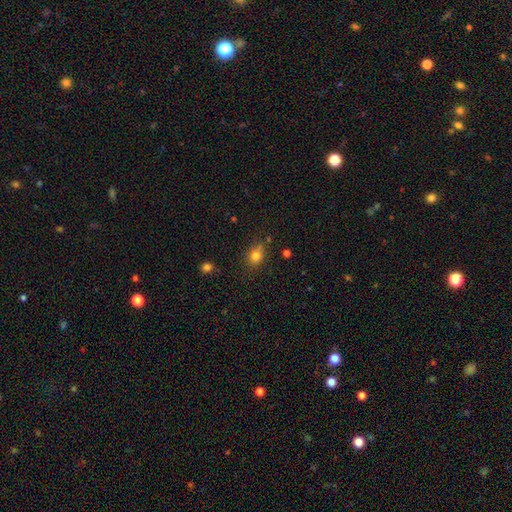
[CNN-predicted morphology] Smooth or featured?
  - smooth: 79% *
  - star or artifact: 12%
  - featured or disk: 9%
How rounded?
  - in between: 57% *
  - round: 41%
  - cigar-shaped: 2%
Merging?
  - none: 68% *
  - minor disturbance: 22%
  - merger: 5%
  - major disturbance: 5%